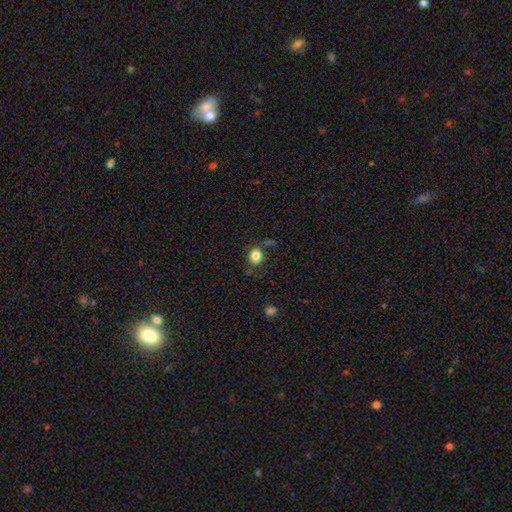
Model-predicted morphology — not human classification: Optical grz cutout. It shows a smooth galaxy with no disk features (84%) that is round (73%). Merging: none (77%).